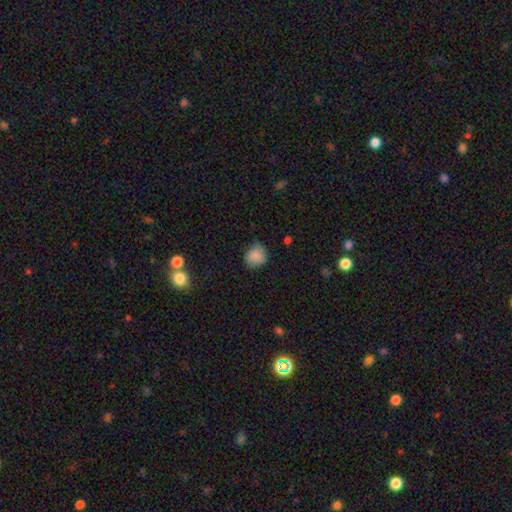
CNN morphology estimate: Smooth or featured: smooth — 82% (star or artifact — 9%)
How rounded: round — 73% (in between — 26%)
Merging: none — 64% (minor disturbance — 27%)